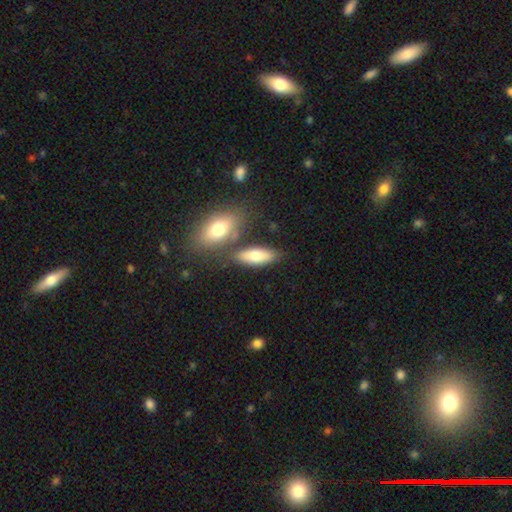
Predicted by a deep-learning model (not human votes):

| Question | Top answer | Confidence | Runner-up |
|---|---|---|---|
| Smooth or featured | smooth | 75% | featured or disk (19%) |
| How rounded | in between | 74% | cigar-shaped (22%) |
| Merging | none | 68% | merger (15%) |